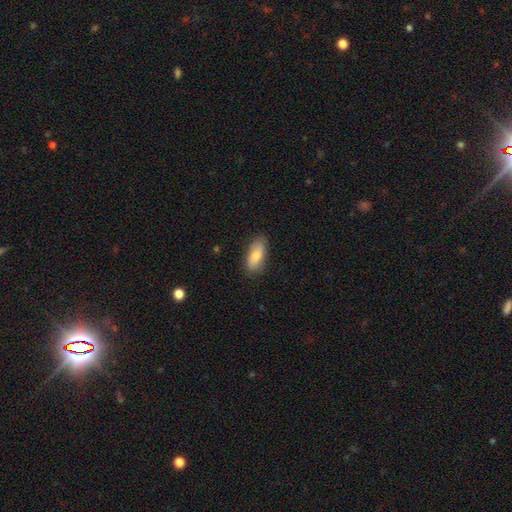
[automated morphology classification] This appears to be a smooth galaxy with no disk features (78%) that is in between round and cigar-shaped (82%). Merging: none (84%).